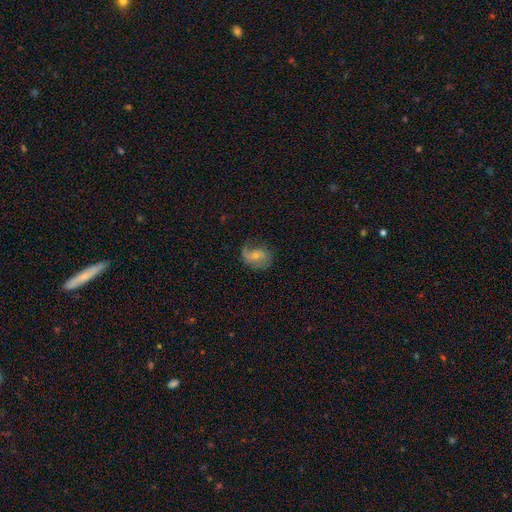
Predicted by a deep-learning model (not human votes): smooth_or_featured: featured or disk (p=0.57) [alt: smooth p=0.35]
disk_edge_on: no (p=0.97) [alt: yes p=0.03]
bar: no (p=0.56) [alt: weak p=0.34]
has_spiral_arms: yes (p=0.83) [alt: no p=0.17]
bulge_size: small (p=0.54) [alt: moderate p=0.38]
merging: none (p=0.50) [alt: minor disturbance p=0.27]